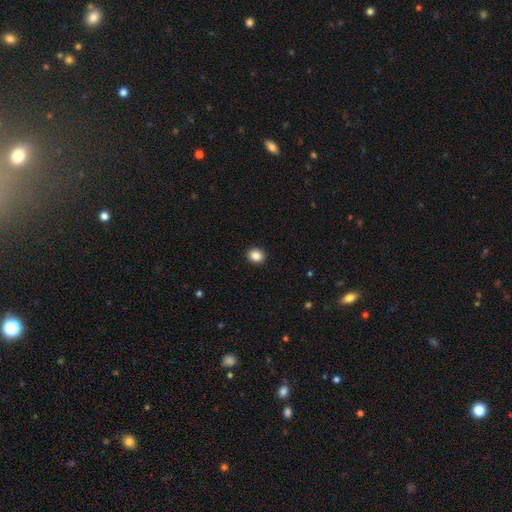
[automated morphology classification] Smooth or featured?
  - smooth: 87% *
  - star or artifact: 9%
  - featured or disk: 4%
How rounded?
  - round: 65% *
  - in between: 34%
  - cigar-shaped: 1%
Merging?
  - none: 92% *
  - minor disturbance: 5%
  - major disturbance: 2%
  - merger: 1%